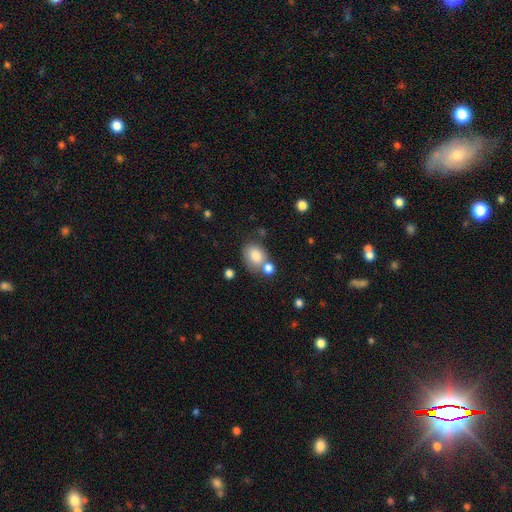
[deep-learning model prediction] Overall: smooth (82%). How rounded: in between (55%; round 44%). Merging: none (55%; merger 25%).